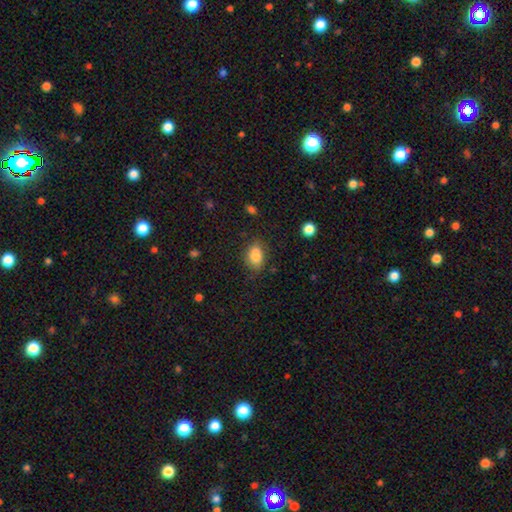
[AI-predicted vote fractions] A smooth galaxy with no disk features (82%) that is in between round and cigar-shaped (81%).

Vote fractions:
- Smooth or featured? smooth: 82% / star or artifact: 9% / featured or disk: 8%
- How rounded? in between: 81% / round: 18% / cigar-shaped: 2%
- Merging? none: 66% / minor disturbance: 20% / merger: 9% / major disturbance: 5%